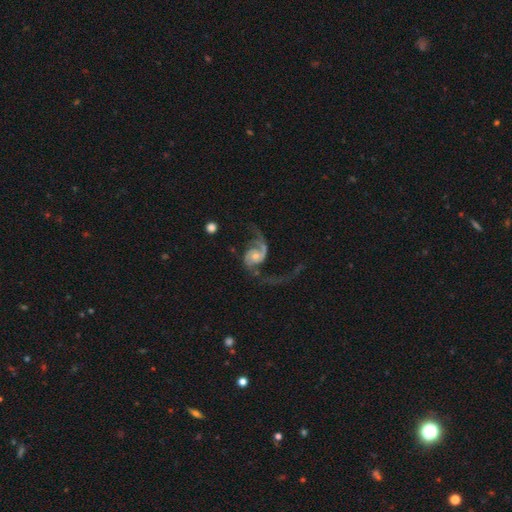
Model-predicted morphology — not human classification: Q: Smooth or featured?
A: featured or disk (88%); runner-up: smooth (7%)
Q: Edge-on disk?
A: no (98%); runner-up: yes (2%)
Q: Bar?
A: no (70%); runner-up: weak (24%)
Q: Spiral arms?
A: yes (96%); runner-up: no (4%)
Q: Spiral winding?
A: loose (59%); runner-up: medium (31%)
Q: Spiral arm count?
A: 2 (84%); runner-up: 1 (10%)
Q: Bulge size?
A: small (46%); tied with: moderate (46%)
Q: Merging?
A: major disturbance (41%); runner-up: none (38%)